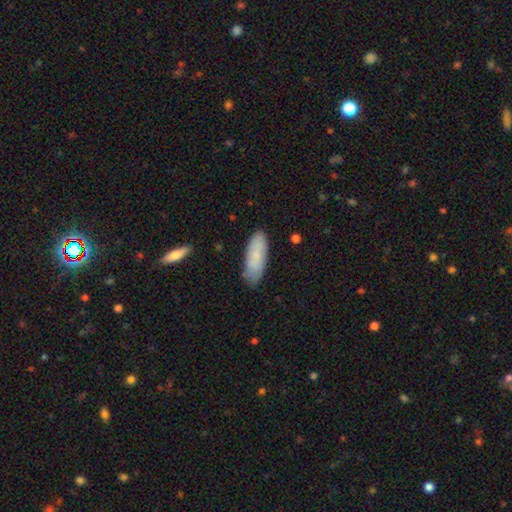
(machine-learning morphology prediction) smooth-or-featured: smooth: 76% | featured or disk: 17% | star or artifact: 6%
  how-rounded: in between: 70% | cigar-shaped: 28% | round: 2%
  merging: none: 76% | minor disturbance: 19% | major disturbance: 3% | merger: 2%